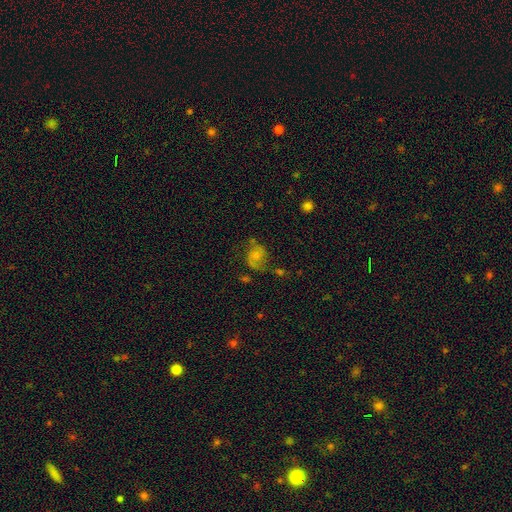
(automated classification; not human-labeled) smooth-or-featured: featured or disk: 55% | smooth: 33% | star or artifact: 12%
  disk-edge-on: no: 98% | yes: 2%
    bar: no: 69% | weak: 27% | strong: 4%
    has-spiral-arms: yes: 86% | no: 14%
    bulge-size: small: 42% | moderate: 37% | none: 14% | large: 6% | dominant: 2%
  merging: none: 48% | minor disturbance: 25% | major disturbance: 20% | merger: 7%